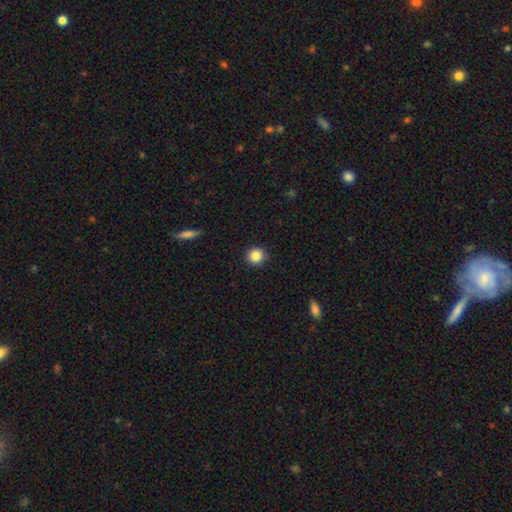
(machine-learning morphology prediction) smooth 86%, star or artifact 10%, featured or disk 4%. Down the decision tree: how rounded — round (93%); merging — none (91%).